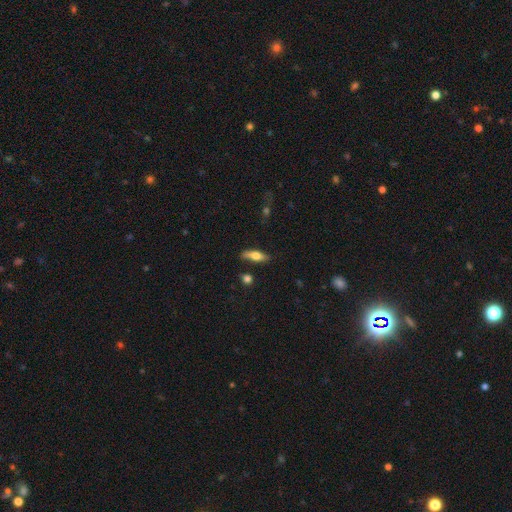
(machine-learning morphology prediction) Smooth or featured? smooth (61%)
How rounded? cigar-shaped (51%)
Merging? none (75%)